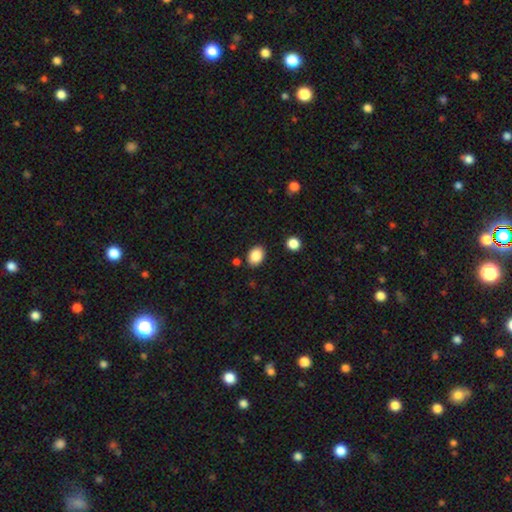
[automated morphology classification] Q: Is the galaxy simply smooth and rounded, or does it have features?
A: smooth — 87%.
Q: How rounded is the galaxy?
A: in between — 75%.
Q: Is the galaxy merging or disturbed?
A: none — 85%.